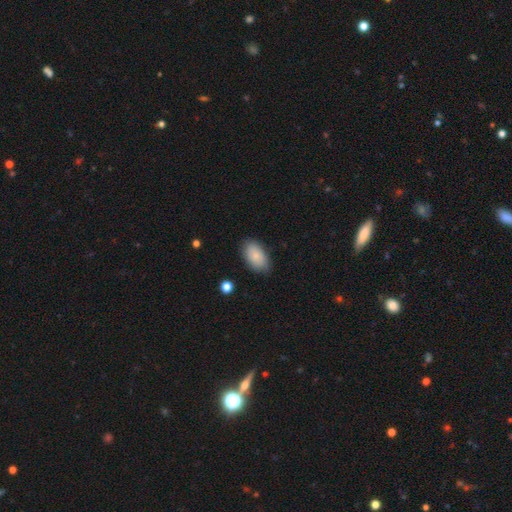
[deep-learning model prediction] Q: Smooth or featured?
A: smooth (83%); runner-up: featured or disk (10%)
Q: How rounded?
A: in between (94%); runner-up: round (5%)
Q: Merging?
A: none (82%); runner-up: minor disturbance (14%)